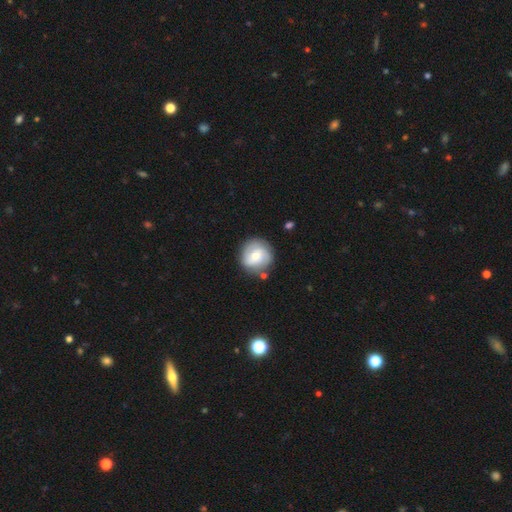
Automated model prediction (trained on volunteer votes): Smooth or featured: featured or disk — 47% (smooth — 46%)
Merging: none — 77% (minor disturbance — 14%)